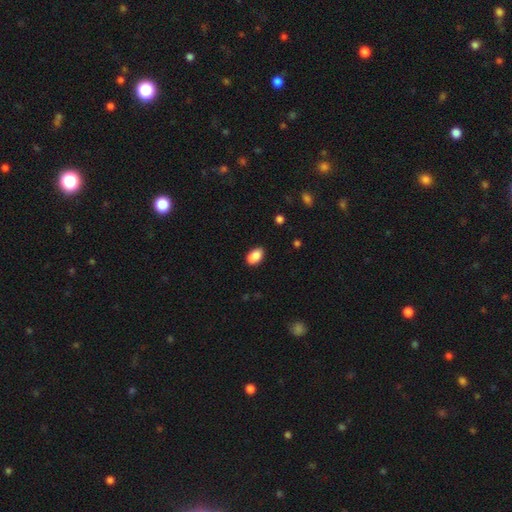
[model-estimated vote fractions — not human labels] Morphology: type=smooth (86%); roundness=in between (91%); merging=none (73%).